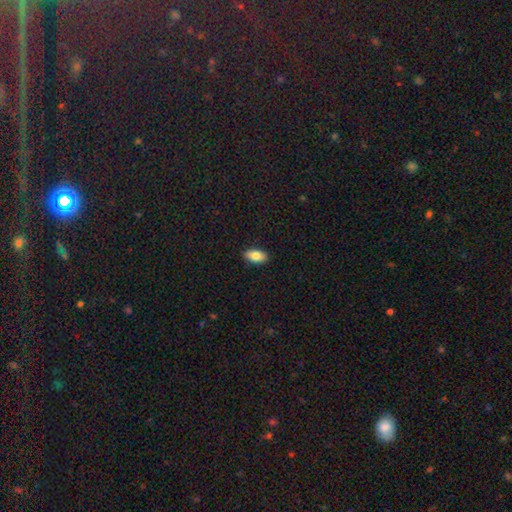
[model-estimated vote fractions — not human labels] smooth_or_featured: smooth (p=0.83) [alt: featured or disk p=0.10]
how_rounded: in between (p=0.92) [alt: cigar-shaped p=0.04]
merging: none (p=0.89) [alt: minor disturbance p=0.09]